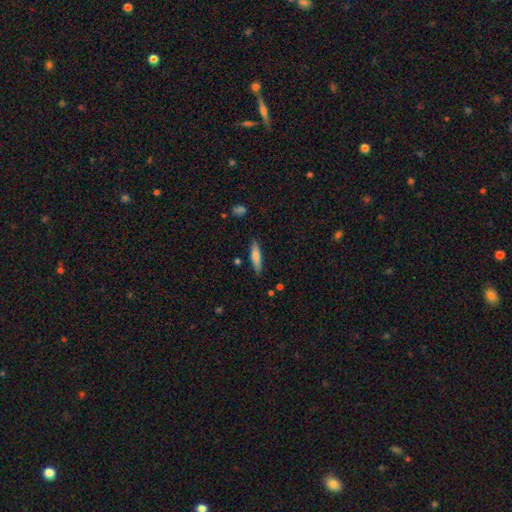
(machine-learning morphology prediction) Smooth or featured: smooth — 69% (featured or disk — 25%)
How rounded: cigar-shaped — 76% (in between — 23%)
Merging: none — 84% (minor disturbance — 12%)